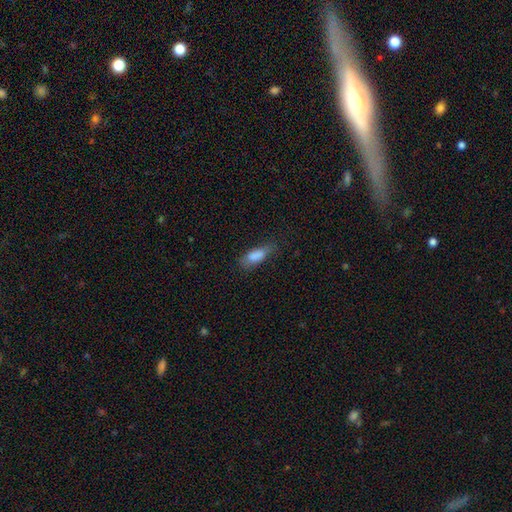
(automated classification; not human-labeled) Smooth or featured? smooth (82%)
How rounded? in between (72%)
Merging? none (51%)